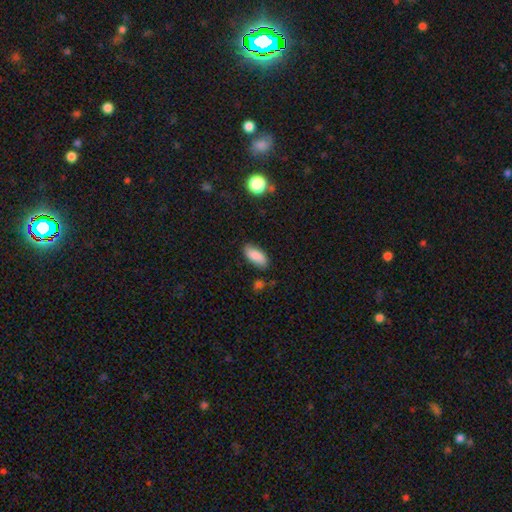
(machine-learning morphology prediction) smooth_or_featured: smooth (p=0.81) [alt: featured or disk p=0.11]
how_rounded: in between (p=0.87) [alt: cigar-shaped p=0.10]
merging: none (p=0.78) [alt: minor disturbance p=0.16]